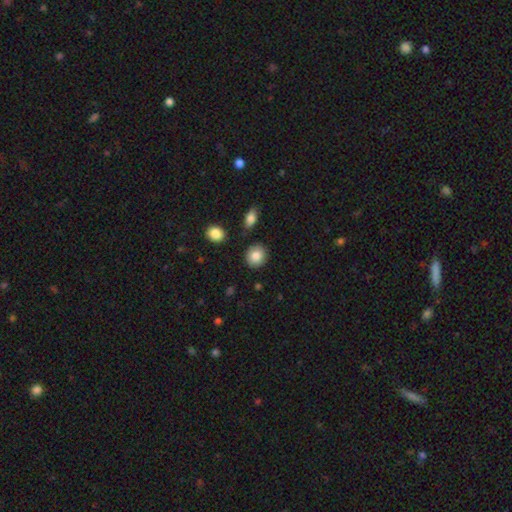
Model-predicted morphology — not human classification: Smooth or featured? Predicted: smooth (p=0.85). How rounded? Predicted: round (p=0.81). Merging? Predicted: none (p=0.86).